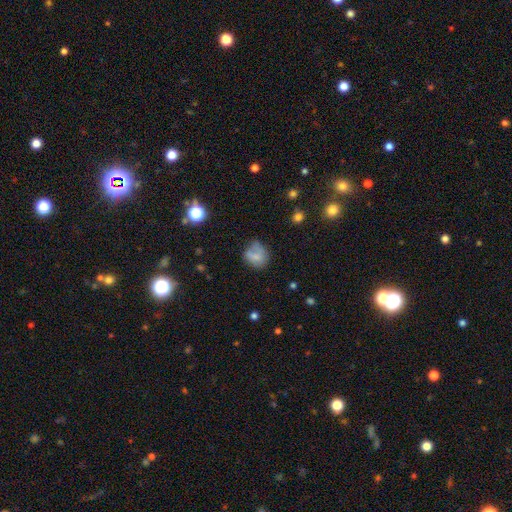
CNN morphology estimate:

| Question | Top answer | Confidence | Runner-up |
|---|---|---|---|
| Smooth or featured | smooth | 69% | featured or disk (19%) |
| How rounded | round | 57% | in between (41%) |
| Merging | none | 45% | minor disturbance (30%) |